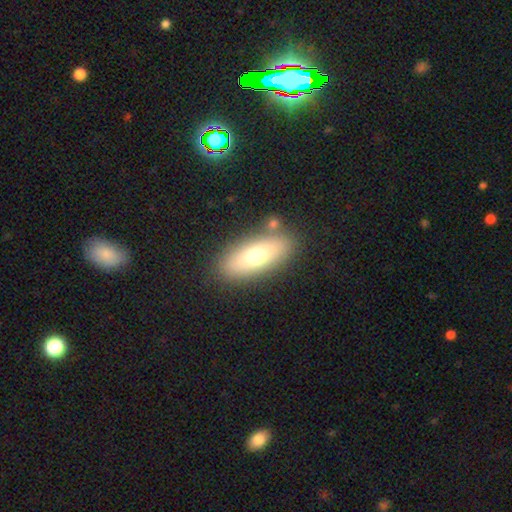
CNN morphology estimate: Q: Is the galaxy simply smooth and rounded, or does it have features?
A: smooth — 69%.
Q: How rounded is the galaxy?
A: in between — 78%.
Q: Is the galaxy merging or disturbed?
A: none — 82%.